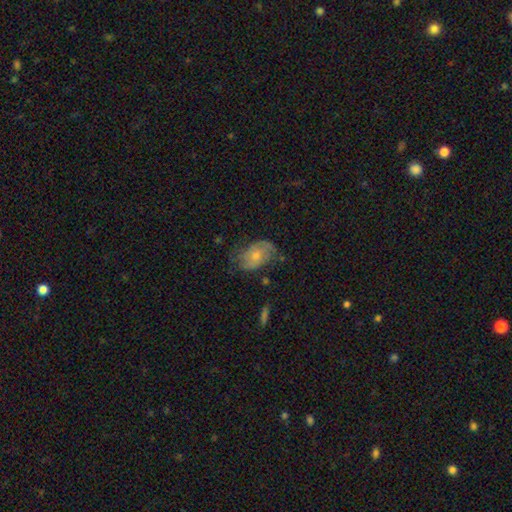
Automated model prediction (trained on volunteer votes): smooth-or-featured: featured or disk: 48% | smooth: 45% | star or artifact: 7%
  merging: none: 53% | minor disturbance: 30% | major disturbance: 15% | merger: 2%